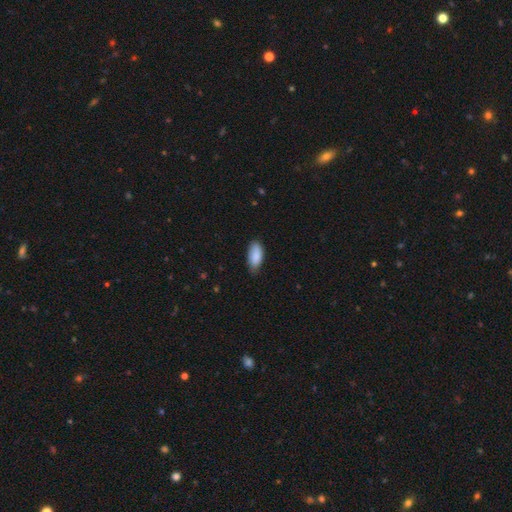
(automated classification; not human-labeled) Q: Smooth or featured?
A: smooth (88%); runner-up: star or artifact (6%)
Q: How rounded?
A: in between (89%); runner-up: cigar-shaped (9%)
Q: Merging?
A: none (68%); runner-up: minor disturbance (27%)